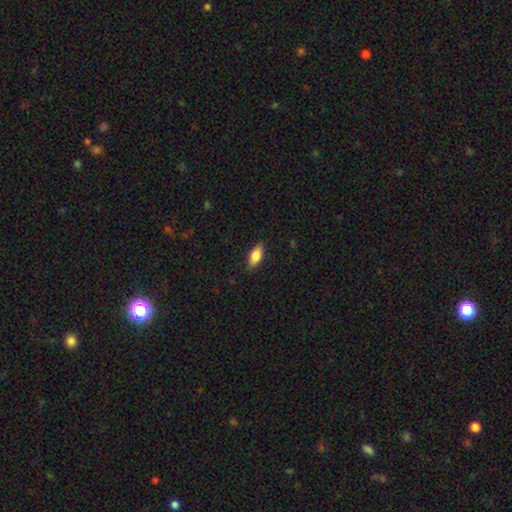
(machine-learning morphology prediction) A smooth galaxy with no disk features (81%) that is in between round and cigar-shaped (86%). Merging: none (86%).